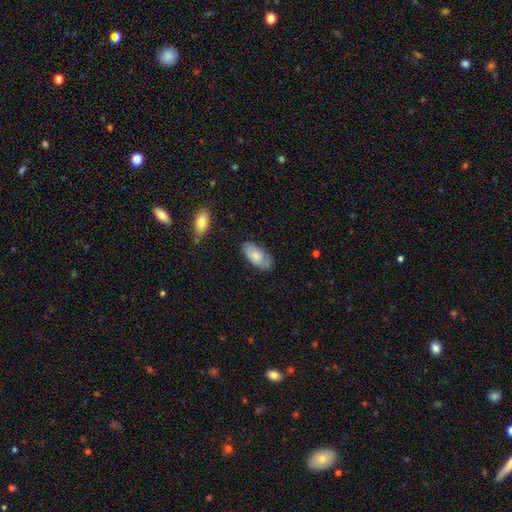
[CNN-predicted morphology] Q: Smooth or featured?
A: smooth (74%); runner-up: featured or disk (20%)
Q: How rounded?
A: in between (92%); runner-up: cigar-shaped (5%)
Q: Merging?
A: none (70%); runner-up: minor disturbance (23%)